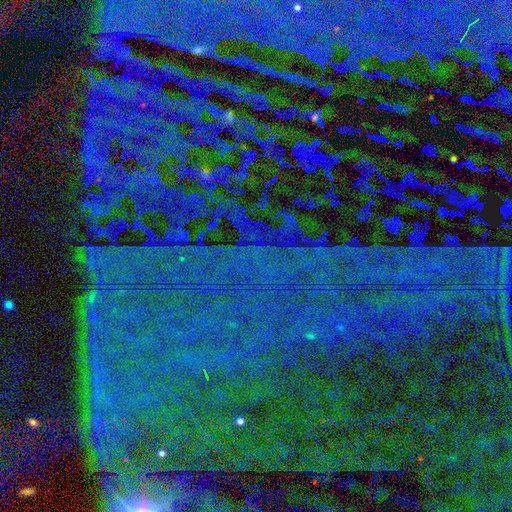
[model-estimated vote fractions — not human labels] This appears to be a star or artifact, not a galaxy (86%).